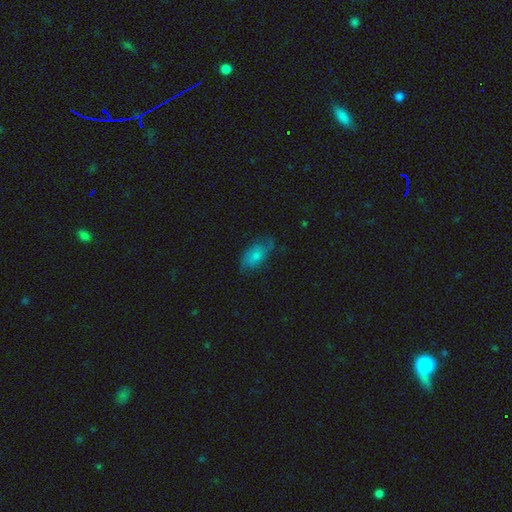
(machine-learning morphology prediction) Smooth or featured? Predicted: smooth (p=0.66). How rounded? Predicted: in between (p=0.91). Merging? Predicted: none (p=0.61).